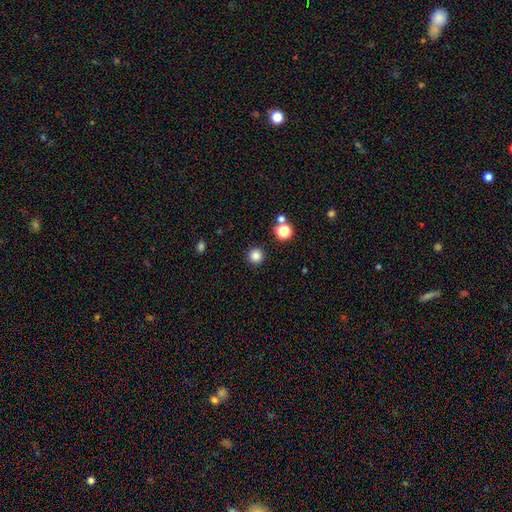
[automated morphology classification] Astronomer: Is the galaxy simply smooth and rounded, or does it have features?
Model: smooth — 84%.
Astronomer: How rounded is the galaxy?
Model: round — 96%.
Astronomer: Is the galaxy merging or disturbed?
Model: none — 91%.